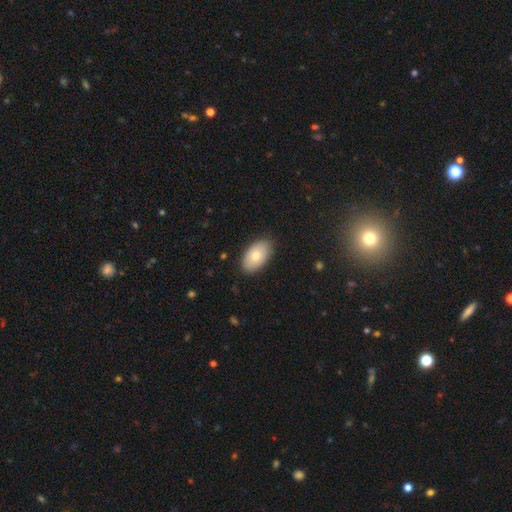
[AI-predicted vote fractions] Q: Smooth or featured?
A: smooth (78%); runner-up: featured or disk (16%)
Q: How rounded?
A: in between (94%); runner-up: round (4%)
Q: Merging?
A: none (86%); runner-up: minor disturbance (11%)